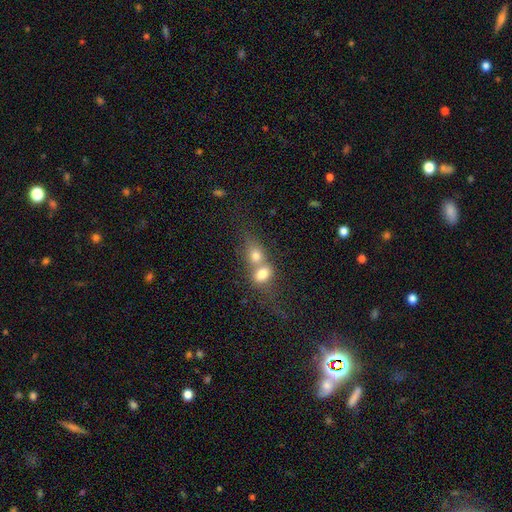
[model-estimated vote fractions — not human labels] The model was most divided on "how rounded": in between: 53%, round: 44%, cigar-shaped: 3%. More confident: smooth or featured — smooth (73%); merging — merger (73%).